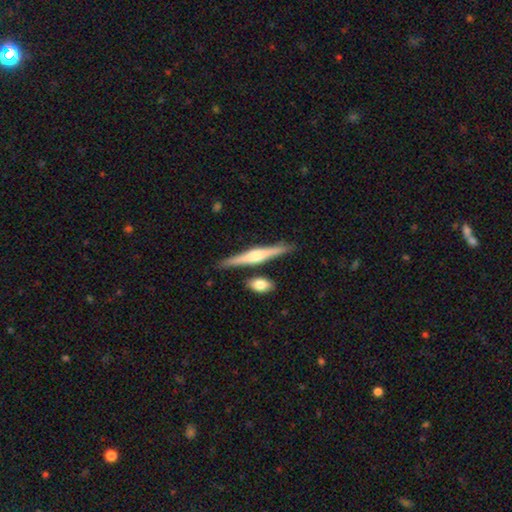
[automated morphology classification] Q: Smooth or featured?
A: featured or disk (68%); runner-up: smooth (27%)
Q: Edge-on disk?
A: yes (98%); runner-up: no (2%)
Q: Edge-on bulge?
A: rounded (81%); runner-up: boxy (12%)
Q: Merging?
A: none (83%); runner-up: minor disturbance (9%)